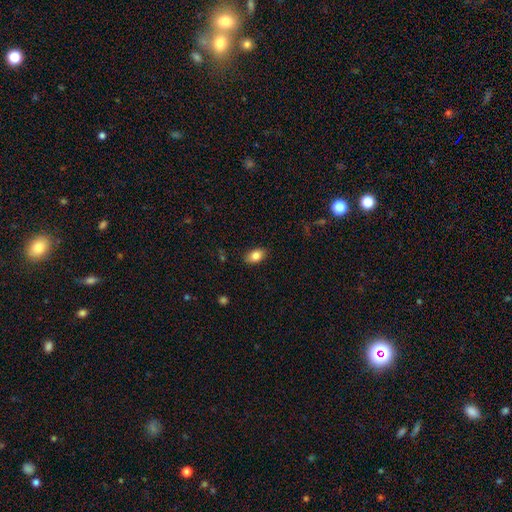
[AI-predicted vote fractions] Smooth or featured?
  - smooth: 84% *
  - featured or disk: 8%
  - star or artifact: 8%
How rounded?
  - in between: 89% *
  - round: 9%
  - cigar-shaped: 2%
Merging?
  - none: 87% *
  - minor disturbance: 10%
  - major disturbance: 2%
  - merger: 1%